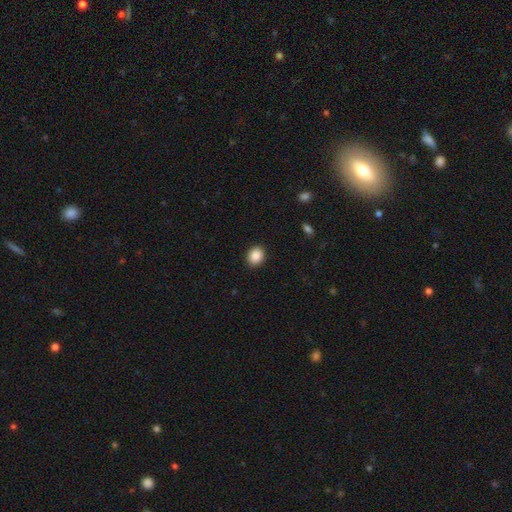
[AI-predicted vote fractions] smooth-or-featured: smooth: 88% | star or artifact: 8% | featured or disk: 3%
  how-rounded: round: 55% | in between: 44% | cigar-shaped: 1%
  merging: none: 91% | minor disturbance: 6% | major disturbance: 2% | merger: 1%